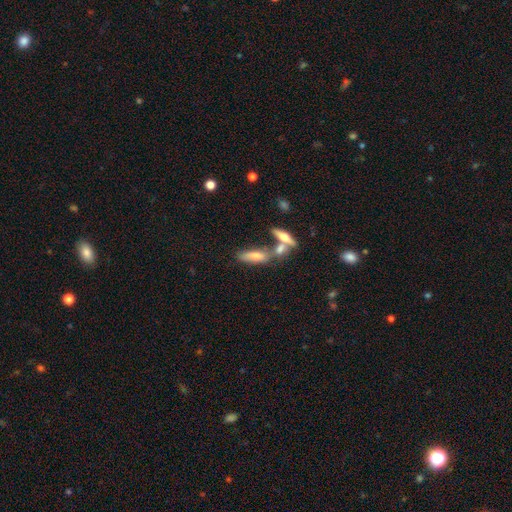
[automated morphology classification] This is likely a smooth galaxy (61%). How rounded: possibly cigar-shaped (50%). Merging: marginally none (45%).